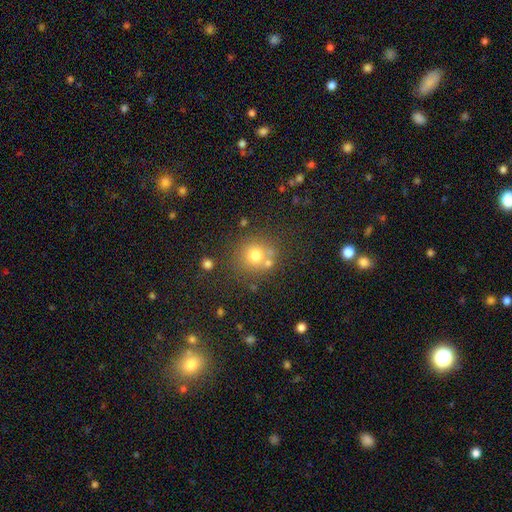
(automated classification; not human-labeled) This appears to be a smooth galaxy with no disk features (72%) that is round (89%). Merging: none (69%).